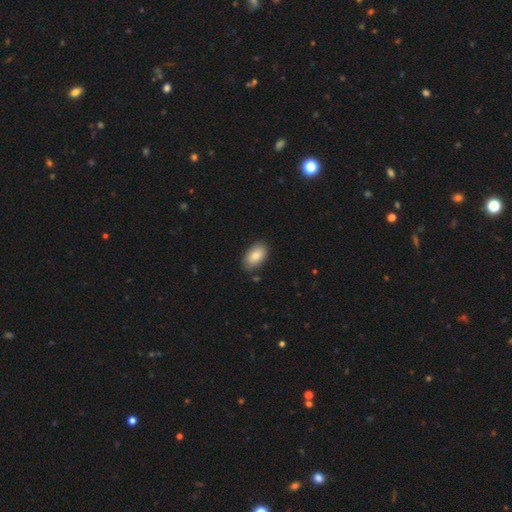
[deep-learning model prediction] smooth-or-featured: smooth: 83% | featured or disk: 10% | star or artifact: 7%
  how-rounded: in between: 94% | round: 4% | cigar-shaped: 2%
  merging: none: 84% | minor disturbance: 12% | major disturbance: 2% | merger: 2%